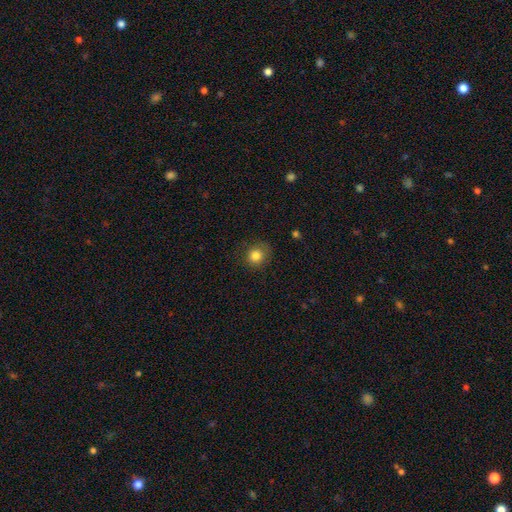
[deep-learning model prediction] Overall: smooth (82%). How rounded: round (83%). Merging: none (79%).